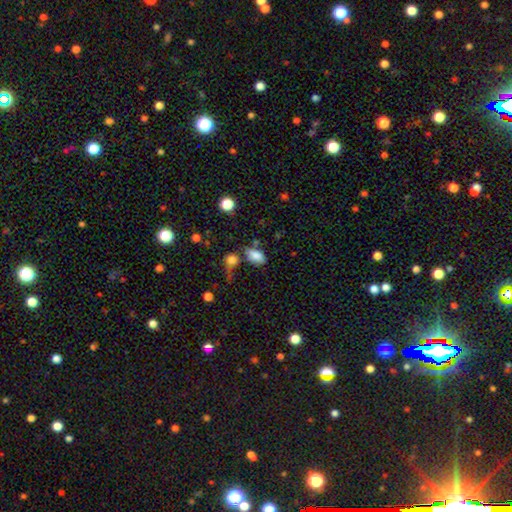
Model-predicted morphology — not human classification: This is clearly a smooth galaxy (81%). How rounded: clearly in between (88%). Merging: possibly none (48%).